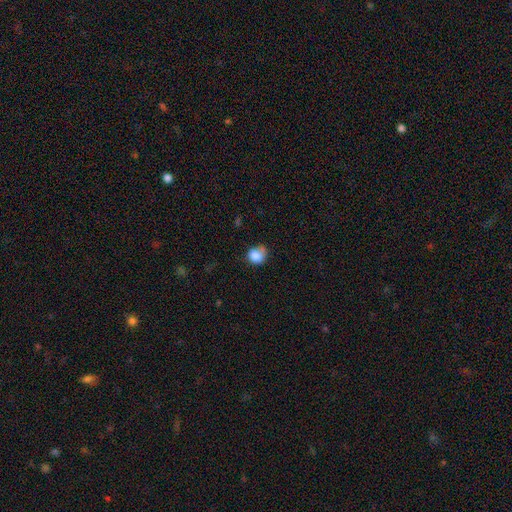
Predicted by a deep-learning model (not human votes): A smooth galaxy with no disk features (83%) that is round (72%). Merging: none (49%).